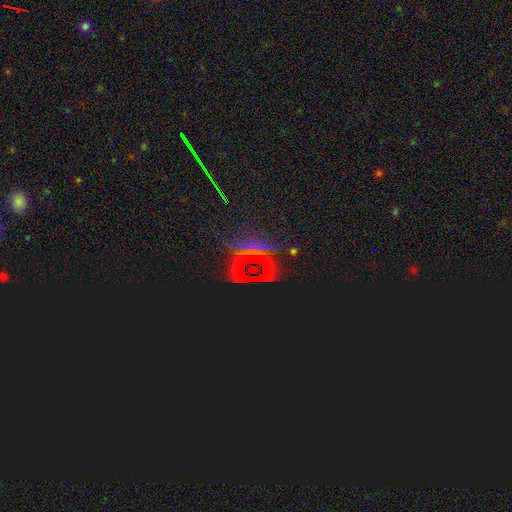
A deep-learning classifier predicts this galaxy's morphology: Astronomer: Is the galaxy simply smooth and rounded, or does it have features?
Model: star or artifact — 75%.